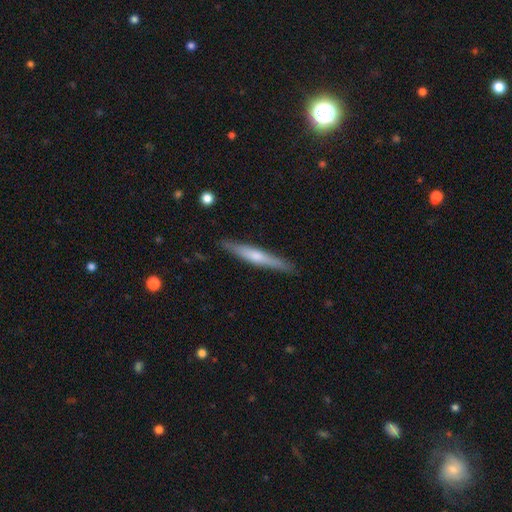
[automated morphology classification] This is possibly a featured or disk galaxy (51%). It is clearly viewed edge-on (96%). Merging: clearly none (89%).